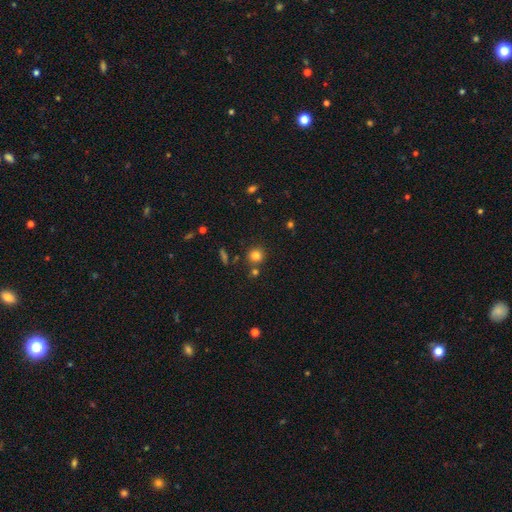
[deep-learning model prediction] This appears to be a smooth galaxy with no disk features (80%) that is round (92%). Merging: none (80%).